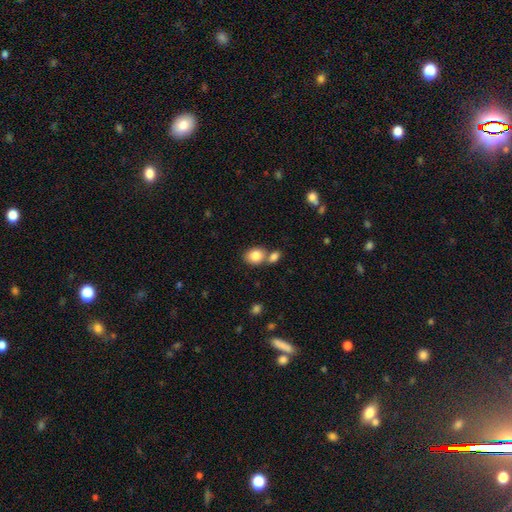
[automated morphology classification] Smooth or featured? smooth (83%)
How rounded? in between (53%)
Merging? none (47%)